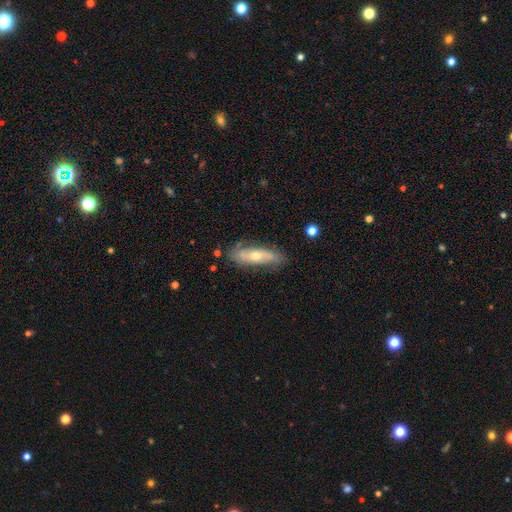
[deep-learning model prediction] featured or disk 55%, smooth 38%, star or artifact 7%. Down the decision tree: edge-on disk — no (66%); merging — none (73%).